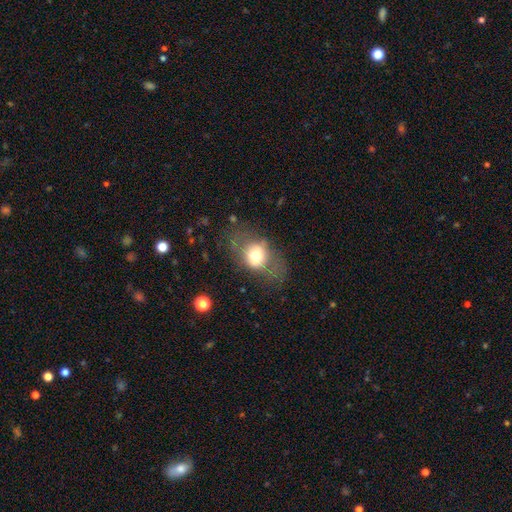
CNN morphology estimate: The model was most divided on "how rounded": in between: 61%, round: 37%, cigar-shaped: 2%. More confident: smooth or featured — smooth (60%); merging — none (58%).